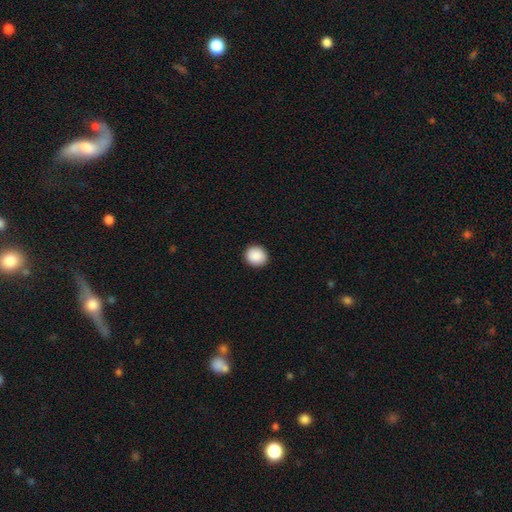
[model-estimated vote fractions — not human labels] smooth 90%, star or artifact 7%, featured or disk 3%. Down the decision tree: how rounded — round (84%); merging — none (92%).